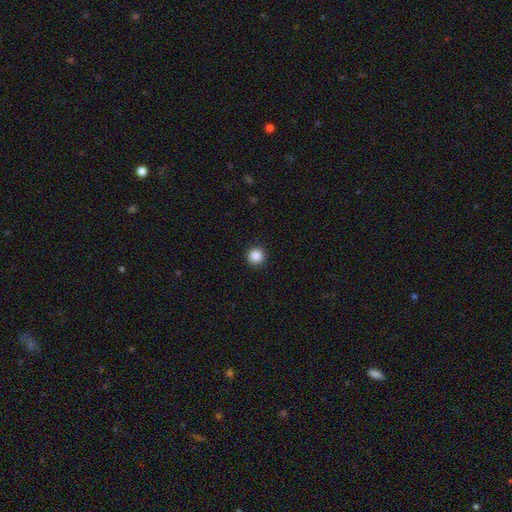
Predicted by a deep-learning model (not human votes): A smooth galaxy with no disk features (88%) that is round (96%).

Vote fractions:
- Smooth or featured? smooth: 88% / star or artifact: 10% / featured or disk: 2%
- How rounded? round: 96% / in between: 3% / cigar-shaped: 1%
- Merging? none: 93% / minor disturbance: 5% / major disturbance: 2% / merger: 1%